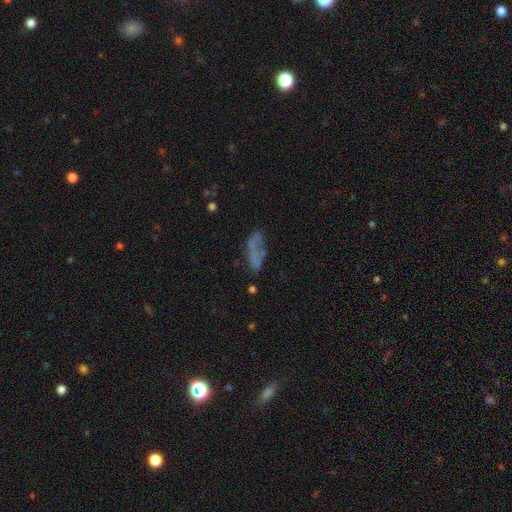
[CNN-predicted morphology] smooth_or_featured: smooth (p=0.54) [alt: featured or disk p=0.32]
how_rounded: in between (p=0.62) [alt: cigar-shaped p=0.34]
merging: none (p=0.45) [alt: minor disturbance p=0.24]